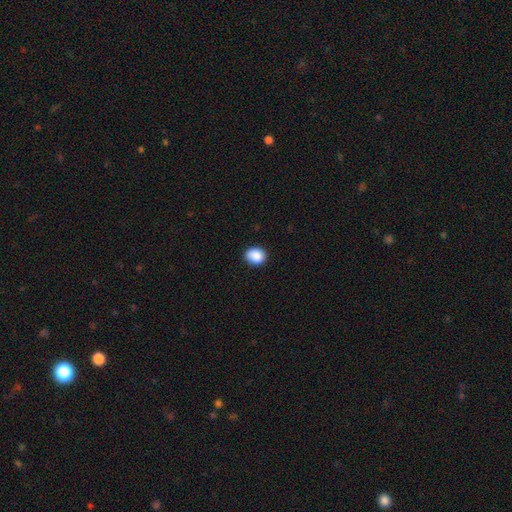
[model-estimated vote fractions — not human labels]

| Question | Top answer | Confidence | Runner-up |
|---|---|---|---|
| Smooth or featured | smooth | 89% | star or artifact (8%) |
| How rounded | round | 59% | in between (40%) |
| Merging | none | 87% | minor disturbance (10%) |